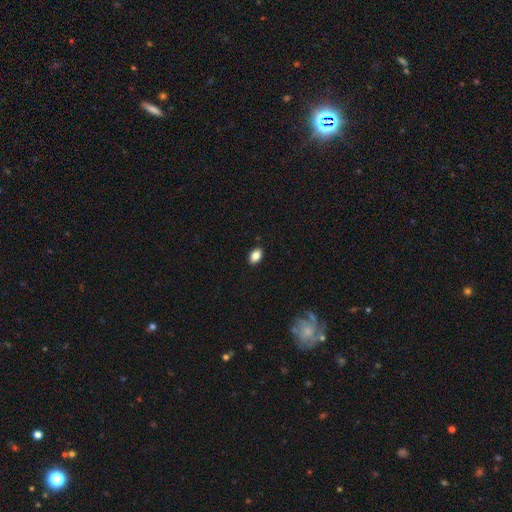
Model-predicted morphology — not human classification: Smooth or featured?
  - smooth: 86% *
  - star or artifact: 9%
  - featured or disk: 6%
How rounded?
  - in between: 88% *
  - round: 10%
  - cigar-shaped: 2%
Merging?
  - none: 89% *
  - minor disturbance: 8%
  - major disturbance: 2%
  - merger: 1%